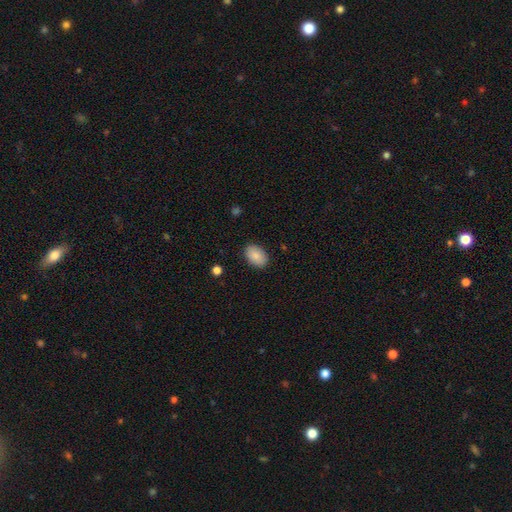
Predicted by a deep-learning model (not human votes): Smooth or featured?
  - smooth: 86% *
  - featured or disk: 7%
  - star or artifact: 7%
How rounded?
  - in between: 88% *
  - round: 11%
  - cigar-shaped: 1%
Merging?
  - none: 88% *
  - minor disturbance: 9%
  - major disturbance: 2%
  - merger: 1%